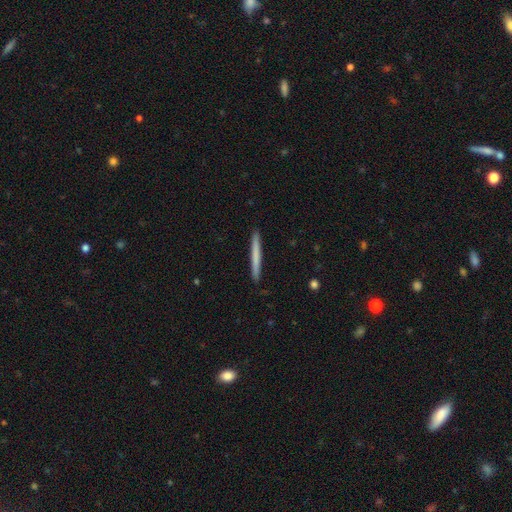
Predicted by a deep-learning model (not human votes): A smooth galaxy with no disk features (67%) that is cigar-shaped (97%). Merging: none (92%).